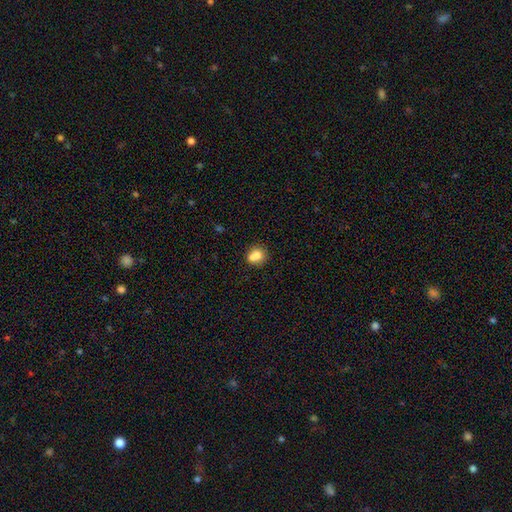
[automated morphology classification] Q: Smooth or featured?
A: smooth (75%); runner-up: featured or disk (15%)
Q: How rounded?
A: round (72%); runner-up: in between (27%)
Q: Merging?
A: none (44%); runner-up: merger (39%)